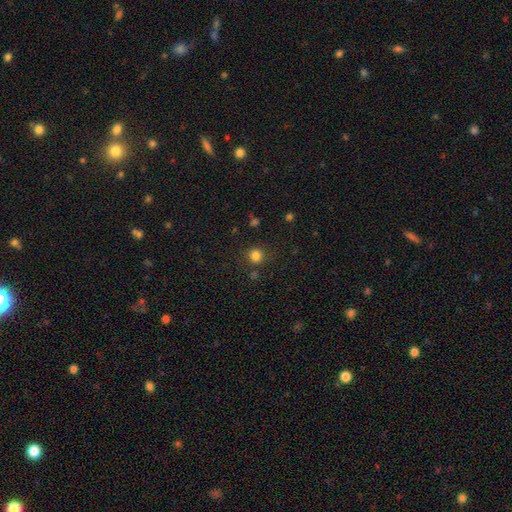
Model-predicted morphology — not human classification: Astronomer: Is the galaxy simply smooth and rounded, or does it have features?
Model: smooth — 81%.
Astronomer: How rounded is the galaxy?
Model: round — 90%.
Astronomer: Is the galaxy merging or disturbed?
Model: none — 84%.